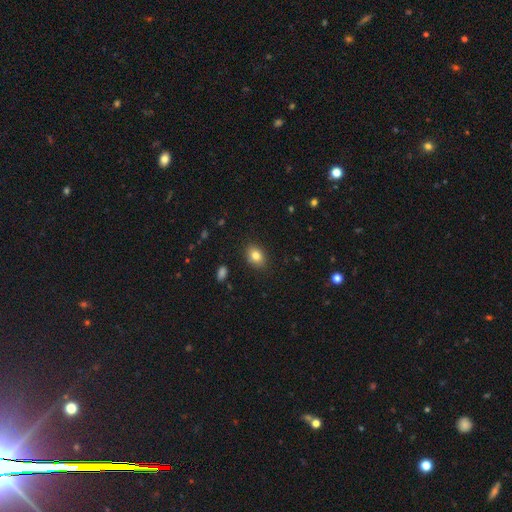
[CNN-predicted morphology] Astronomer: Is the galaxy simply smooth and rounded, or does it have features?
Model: smooth — 81%.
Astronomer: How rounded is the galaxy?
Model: in between — 72%.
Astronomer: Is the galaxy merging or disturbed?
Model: none — 87%.